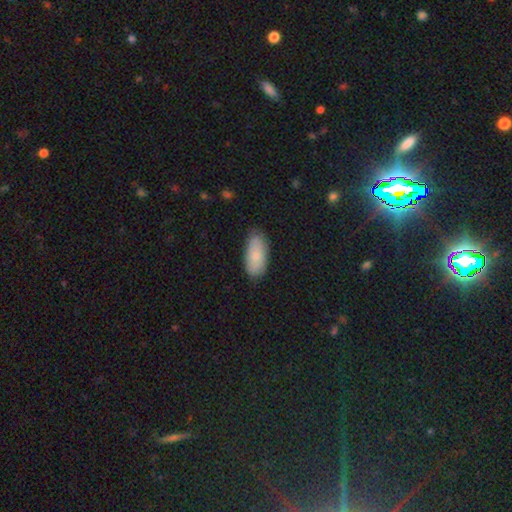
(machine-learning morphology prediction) This appears to be a smooth galaxy with no disk features (83%) that is in between round and cigar-shaped (89%). Merging: none (78%).